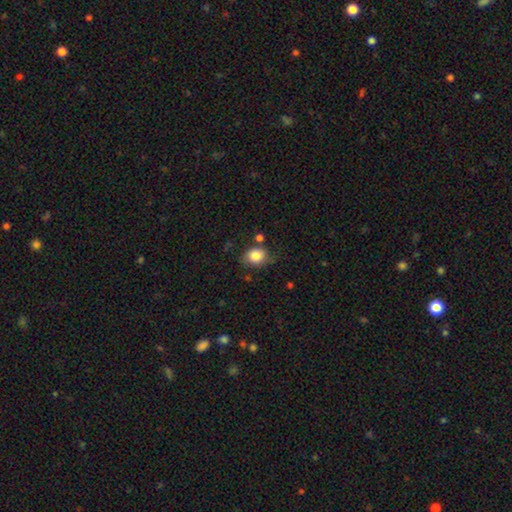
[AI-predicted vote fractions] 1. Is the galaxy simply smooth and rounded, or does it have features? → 84% smooth, 9% star or artifact, 7% featured or disk.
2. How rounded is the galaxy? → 50% round, 49% in between, 1% cigar-shaped.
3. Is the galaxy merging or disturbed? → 66% none, 21% minor disturbance, 6% merger, 6% major disturbance.